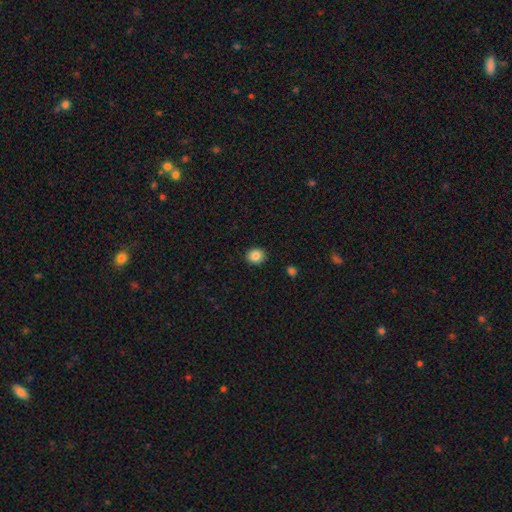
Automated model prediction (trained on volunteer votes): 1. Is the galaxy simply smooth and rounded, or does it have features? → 85% smooth, 9% star or artifact, 6% featured or disk.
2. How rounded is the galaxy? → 72% round, 27% in between, 1% cigar-shaped.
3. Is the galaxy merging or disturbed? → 90% none, 7% minor disturbance, 2% major disturbance, 1% merger.